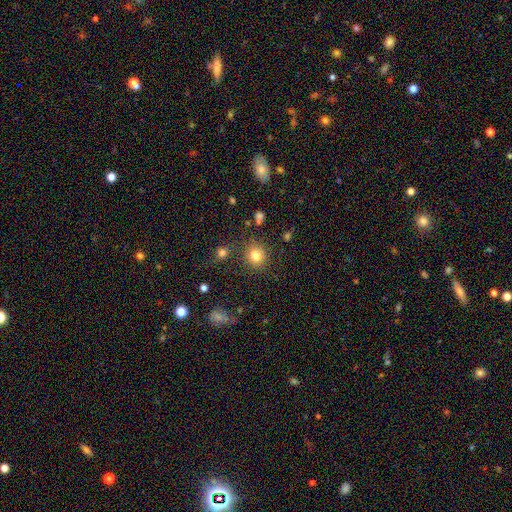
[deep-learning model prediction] Smooth or featured?
  - smooth: 80% *
  - star or artifact: 13%
  - featured or disk: 7%
How rounded?
  - round: 91% *
  - in between: 8%
  - cigar-shaped: 1%
Merging?
  - none: 83% *
  - minor disturbance: 8%
  - merger: 5%
  - major disturbance: 3%